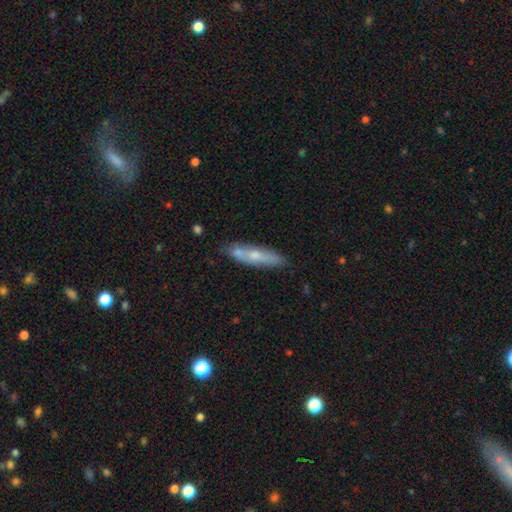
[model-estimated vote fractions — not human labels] The model was most divided on "smooth or featured": smooth: 59%, featured or disk: 35%, star or artifact: 6%. More confident: how rounded — cigar-shaped (75%); merging — none (67%).